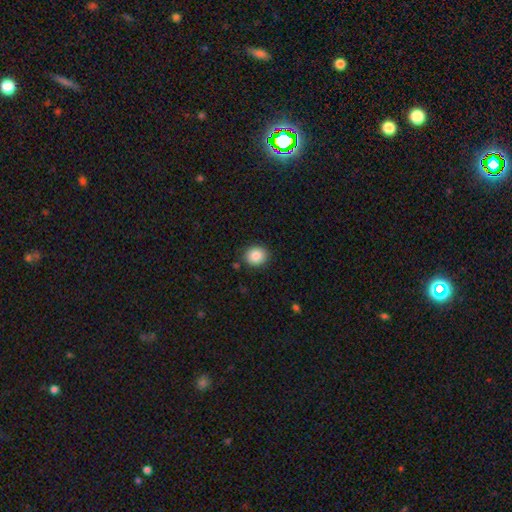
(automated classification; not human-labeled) Q: Smooth or featured?
A: smooth (87%); runner-up: star or artifact (9%)
Q: How rounded?
A: round (76%); runner-up: in between (23%)
Q: Merging?
A: none (88%); runner-up: minor disturbance (8%)